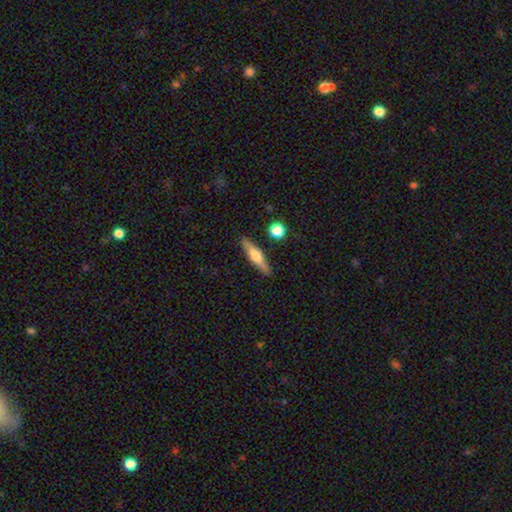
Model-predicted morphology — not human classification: smooth_or_featured: featured or disk (p=0.51) [alt: smooth p=0.42]
disk_edge_on: yes (p=0.94) [alt: no p=0.06]
merging: none (p=0.87) [alt: minor disturbance p=0.08]